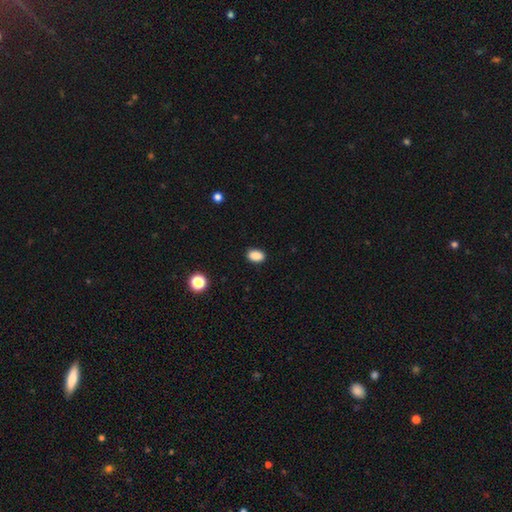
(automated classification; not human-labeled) Smooth or featured: smooth — 88% (star or artifact — 9%)
How rounded: in between — 85% (round — 13%)
Merging: none — 89% (minor disturbance — 8%)